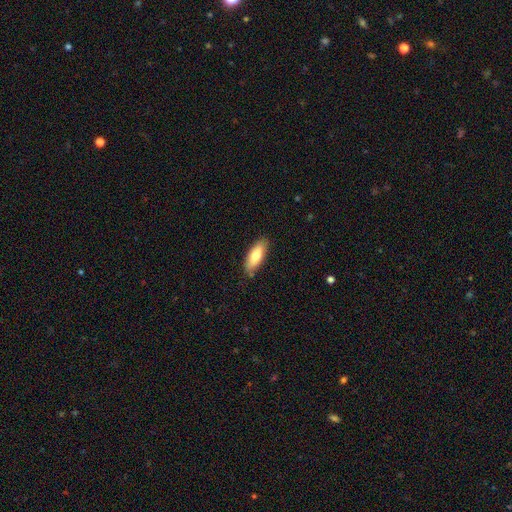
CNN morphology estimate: The model was most divided on "how rounded": in between: 71%, cigar-shaped: 26%, round: 2%. More confident: merging — none (83%); smooth or featured — smooth (76%).